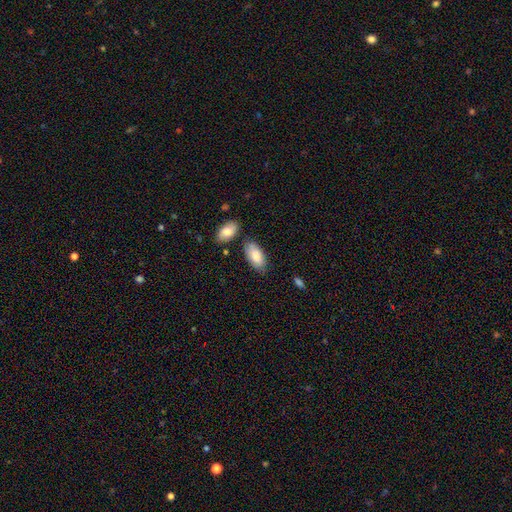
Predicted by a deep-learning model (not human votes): Smooth or featured?
  - smooth: 84% *
  - featured or disk: 10%
  - star or artifact: 6%
How rounded?
  - in between: 94% *
  - cigar-shaped: 4%
  - round: 2%
Merging?
  - none: 73% *
  - minor disturbance: 17%
  - merger: 7%
  - major disturbance: 3%